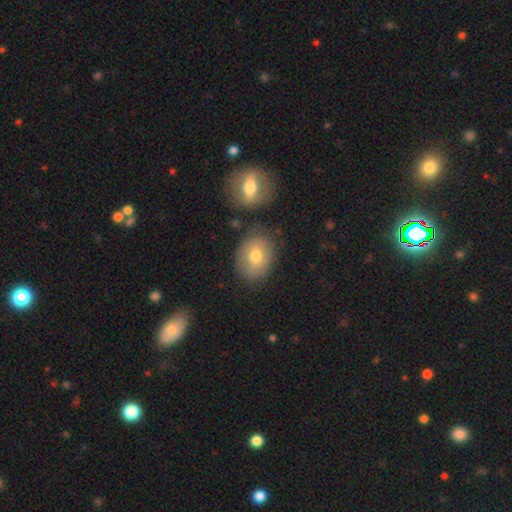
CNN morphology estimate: A smooth galaxy with no disk features (70%) that is in between round and cigar-shaped (55%).

Vote fractions:
- Smooth or featured? smooth: 70% / featured or disk: 21% / star or artifact: 9%
- How rounded? in between: 55% / round: 44% / cigar-shaped: 1%
- Merging? none: 73% / minor disturbance: 14% / merger: 9% / major disturbance: 4%